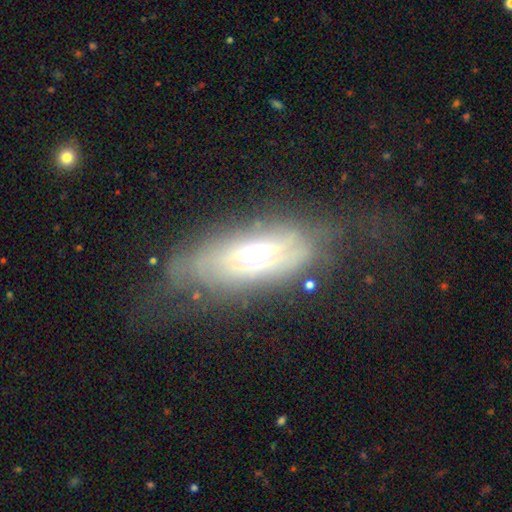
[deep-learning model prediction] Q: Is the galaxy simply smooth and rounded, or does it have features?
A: featured or disk — 60%.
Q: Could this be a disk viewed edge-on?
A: no — 57%.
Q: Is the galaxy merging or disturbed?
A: none — 54%.